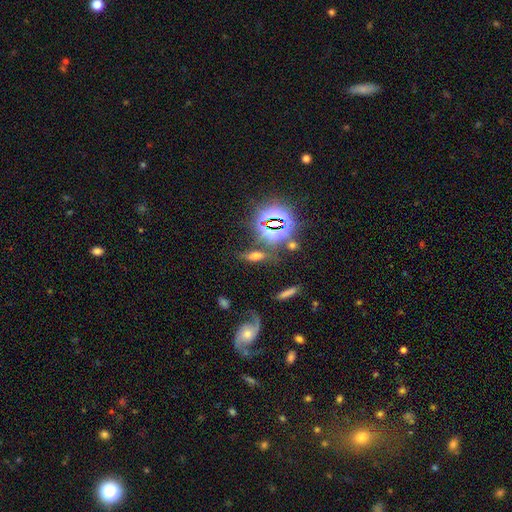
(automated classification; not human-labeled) Smooth or featured: smooth — 49% (star or artifact — 32%)
Merging: none — 65% (minor disturbance — 15%)